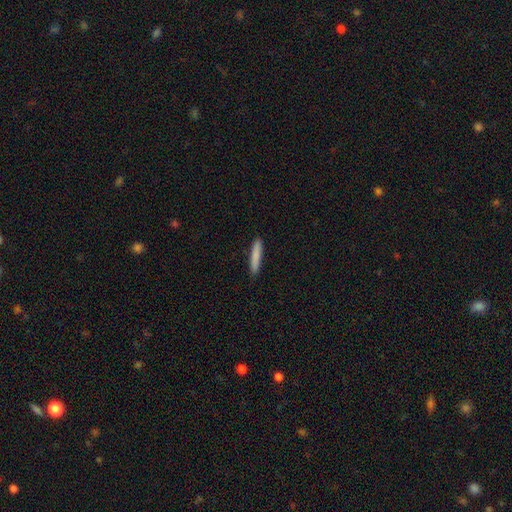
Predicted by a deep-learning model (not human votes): A smooth galaxy with no disk features (82%) that is cigar-shaped (94%).

Vote fractions:
- Smooth or featured? smooth: 82% / featured or disk: 12% / star or artifact: 6%
- How rounded? cigar-shaped: 94% / in between: 5% / round: 1%
- Merging? none: 90% / minor disturbance: 7% / major disturbance: 1% / merger: 1%